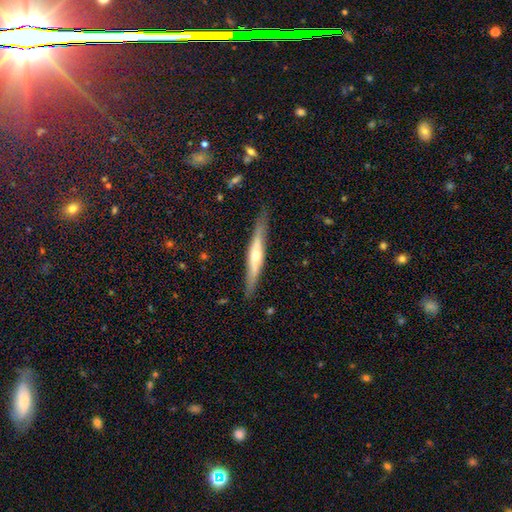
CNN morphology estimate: This is likely a featured or disk galaxy (65%). It is clearly viewed edge-on (92%). Edge-on bulge: clearly rounded (81%). Merging: clearly none (85%).